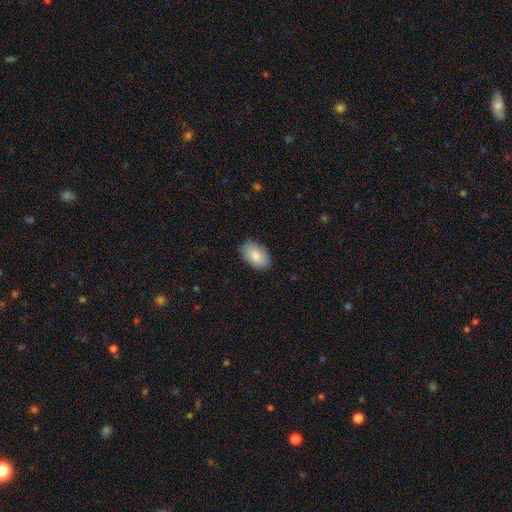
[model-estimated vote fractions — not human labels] Smooth or featured: smooth — 87% (featured or disk — 7%)
How rounded: in between — 93% (round — 6%)
Merging: none — 85% (minor disturbance — 11%)